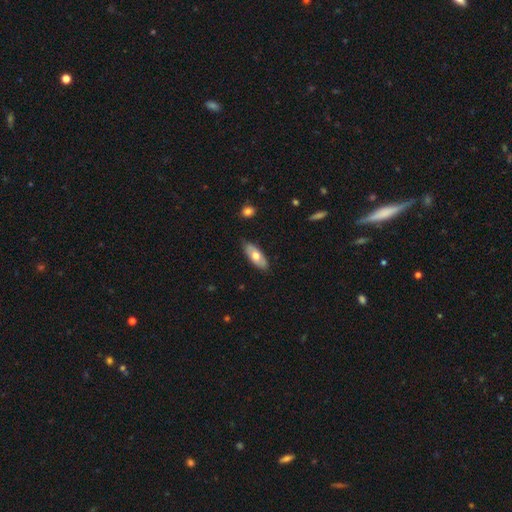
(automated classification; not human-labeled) Overall: smooth (61%; featured or disk 33%). How rounded: in between (81%). Merging: none (84%).